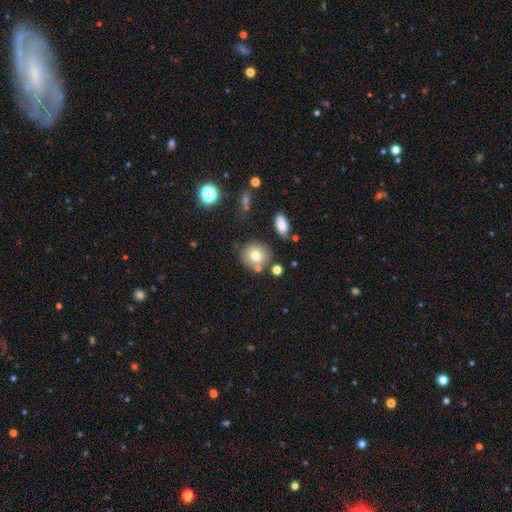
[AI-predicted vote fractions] The model was most divided on "smooth or featured": smooth: 74%, featured or disk: 14%, star or artifact: 12%. More confident: how rounded — round (86%); merging — none (76%).